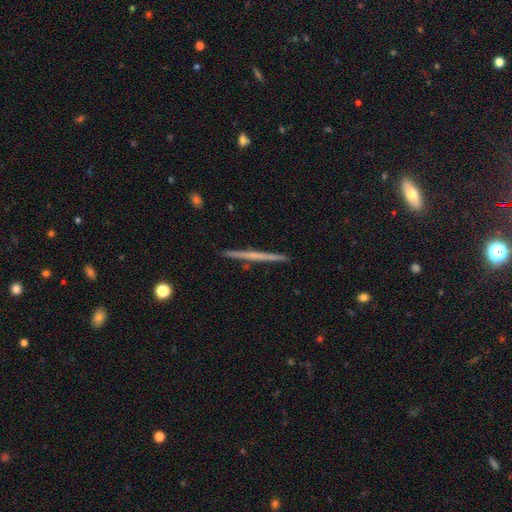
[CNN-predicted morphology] Smooth or featured? Predicted: featured or disk (p=0.58). Edge-on disk? Predicted: yes (p=0.98). Edge-on bulge? Predicted: none (p=0.84). Merging? Predicted: none (p=0.92).